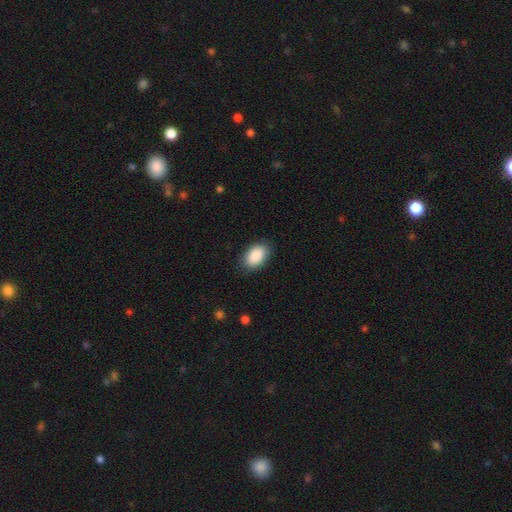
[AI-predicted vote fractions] smooth 89%, star or artifact 6%, featured or disk 4%. Down the decision tree: how rounded — in between (93%); merging — none (88%).